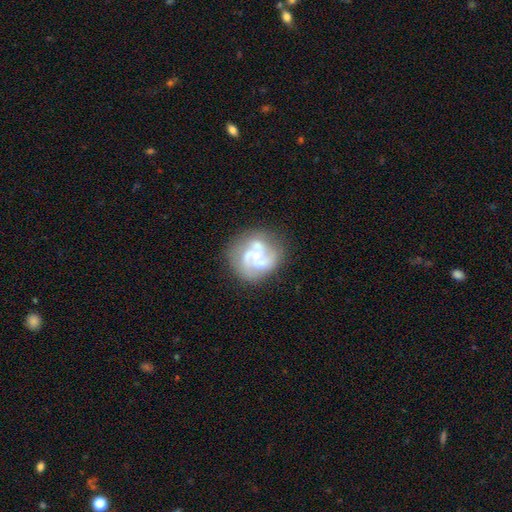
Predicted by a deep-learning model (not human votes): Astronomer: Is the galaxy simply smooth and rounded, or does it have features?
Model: featured or disk — 73%.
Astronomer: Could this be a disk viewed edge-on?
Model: no — 98%.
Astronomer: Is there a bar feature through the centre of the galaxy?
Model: no — 72%.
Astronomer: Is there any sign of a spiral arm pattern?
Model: yes — 81%.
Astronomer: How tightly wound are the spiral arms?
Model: tight — 42% (runner-up: medium, 41%).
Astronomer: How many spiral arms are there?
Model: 3 — 40% (runner-up: can't tell, 22%).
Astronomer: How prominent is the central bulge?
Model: small — 45% (runner-up: none, 27%).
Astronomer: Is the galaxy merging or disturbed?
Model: none — 60%.